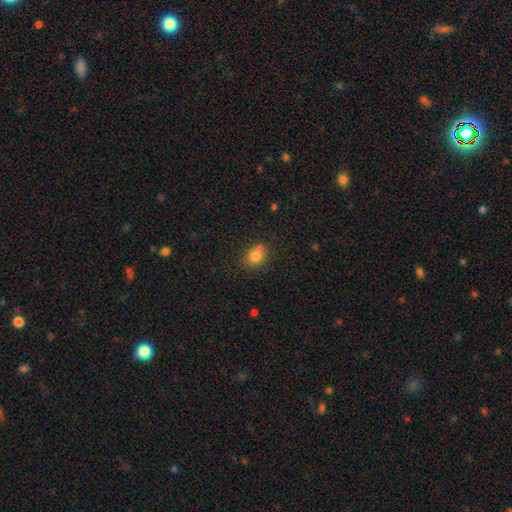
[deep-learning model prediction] A smooth galaxy with no disk features (77%) that is round (69%). Merging: none (59%).